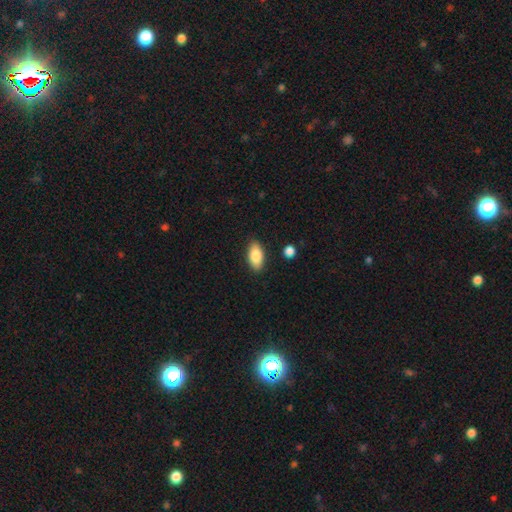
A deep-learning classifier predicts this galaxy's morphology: Overall: smooth (85%). How rounded: in between (90%). Merging: none (87%).